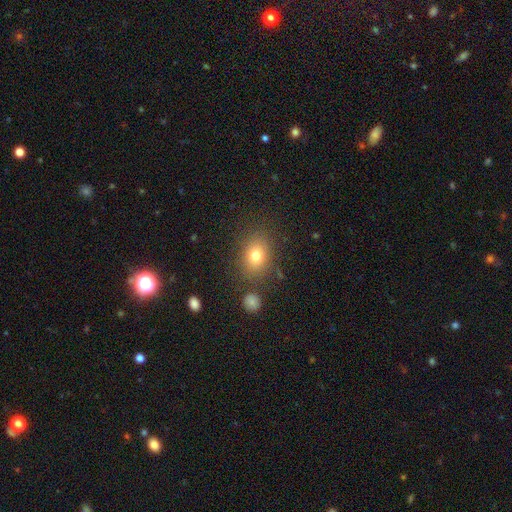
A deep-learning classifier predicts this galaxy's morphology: Smooth or featured? Predicted: smooth (p=0.76). How rounded? Predicted: in between (p=0.54). Merging? Predicted: none (p=0.82).